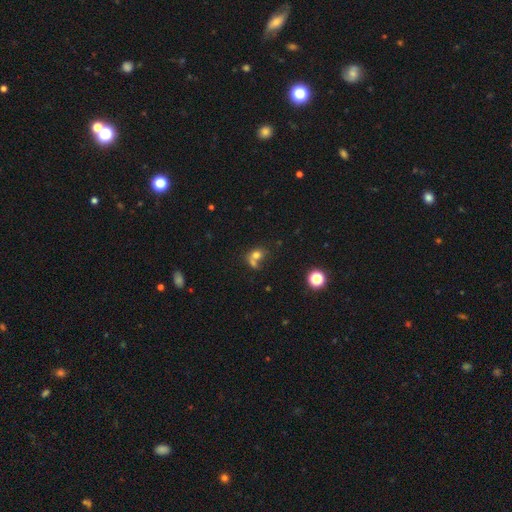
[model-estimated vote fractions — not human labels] The model was most divided on "how rounded": round: 58%, in between: 40%, cigar-shaped: 2%. More confident: smooth or featured — smooth (69%); merging — merger (51%).